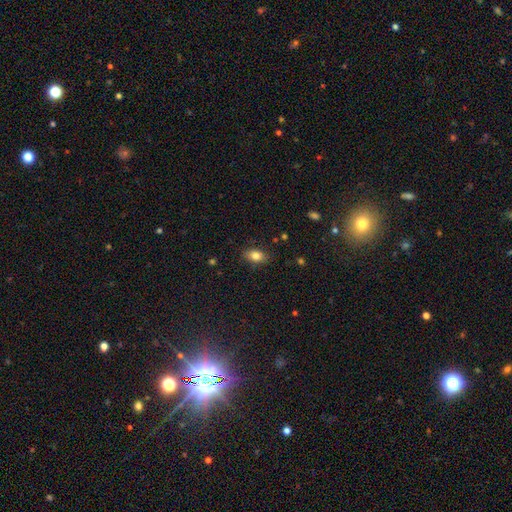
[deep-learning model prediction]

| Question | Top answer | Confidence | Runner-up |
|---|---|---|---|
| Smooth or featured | smooth | 81% | featured or disk (10%) |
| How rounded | in between | 86% | round (10%) |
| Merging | none | 85% | minor disturbance (12%) |